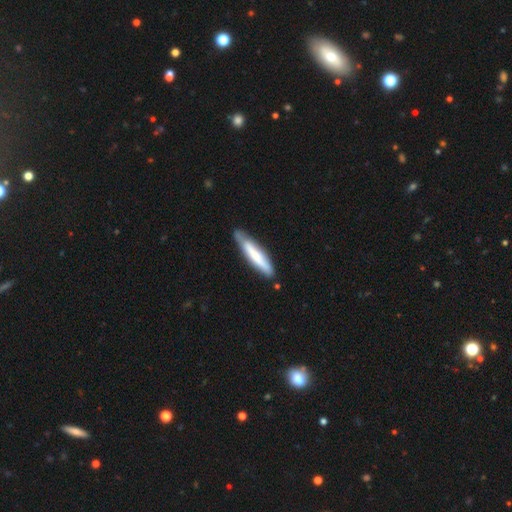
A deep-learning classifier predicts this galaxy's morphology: smooth-or-featured: smooth: 59% | featured or disk: 36% | star or artifact: 5%
  how-rounded: cigar-shaped: 87% | in between: 12% | round: 1%
  merging: none: 72% | minor disturbance: 21% | major disturbance: 4% | merger: 3%